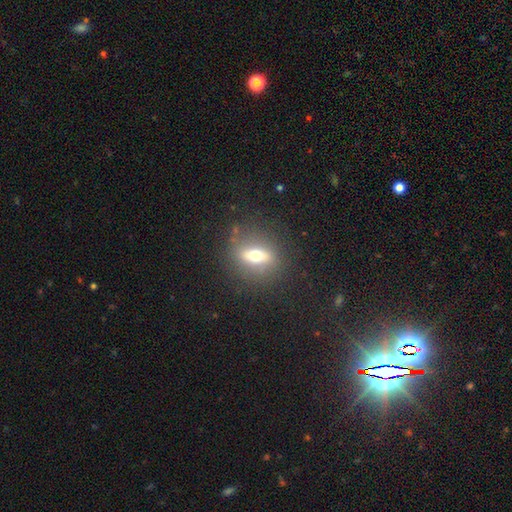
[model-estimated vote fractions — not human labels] Overall: smooth (49%; featured or disk 39%). Merging: none (83%).